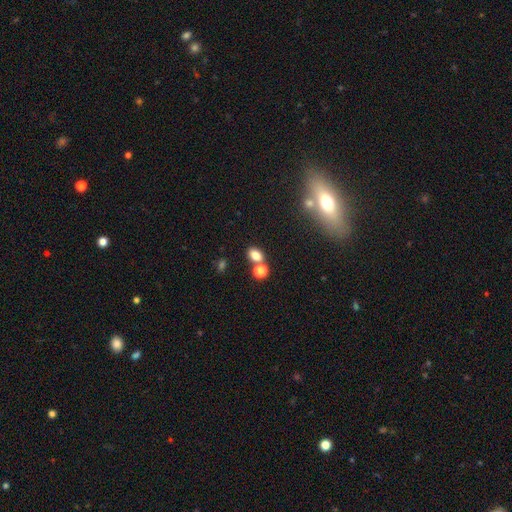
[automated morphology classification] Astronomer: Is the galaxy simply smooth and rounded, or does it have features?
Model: smooth — 77%.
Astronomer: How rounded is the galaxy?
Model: in between — 71%.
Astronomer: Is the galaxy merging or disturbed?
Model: none — 59%.